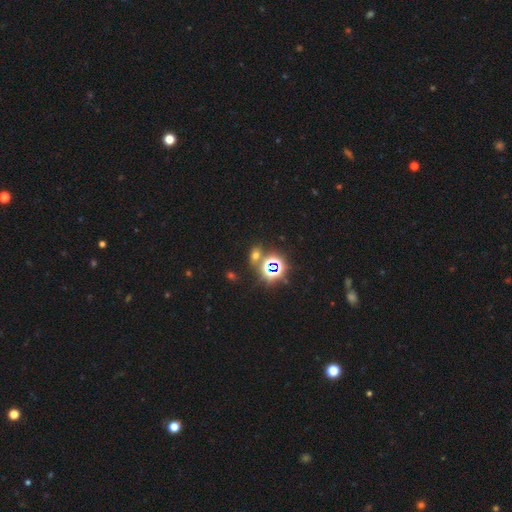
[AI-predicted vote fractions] Smooth or featured: star or artifact — 77% (smooth — 16%)